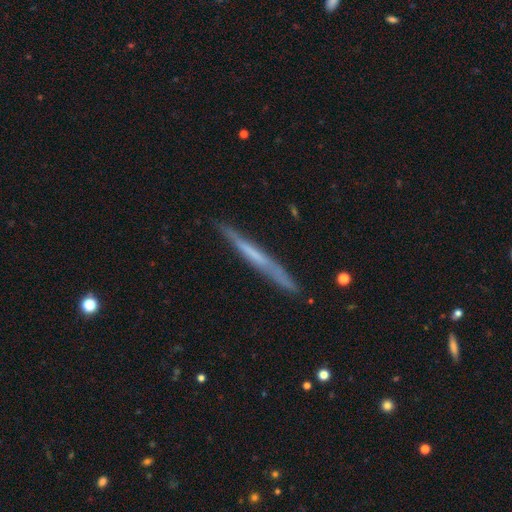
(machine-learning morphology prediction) type=featured or disk (54%); edge-on=yes (95%); edge-on bulge=none (84%); merging=none (87%).